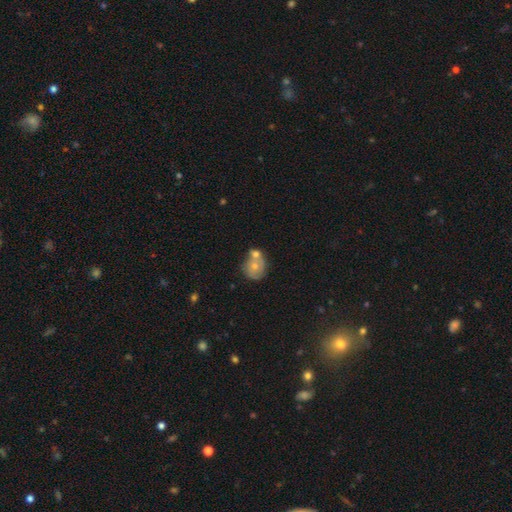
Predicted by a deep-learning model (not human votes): This is possibly a smooth galaxy (57%). How rounded: likely round (71%). Merging: possibly merger (50%).